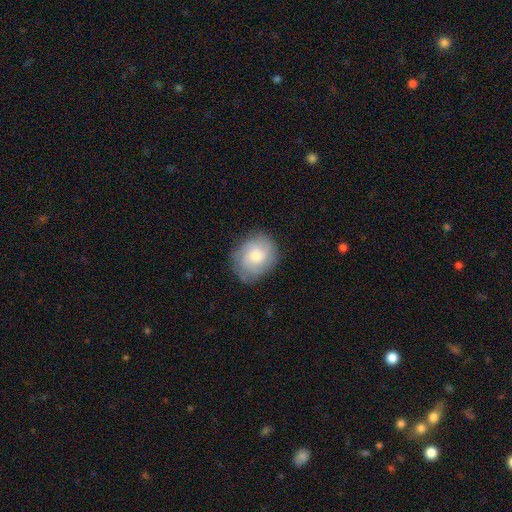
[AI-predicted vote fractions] smooth-or-featured: smooth: 53% | featured or disk: 40% | star or artifact: 8%
  how-rounded: round: 59% | in between: 40% | cigar-shaped: 1%
  merging: none: 75% | minor disturbance: 19% | major disturbance: 6% | merger: 1%